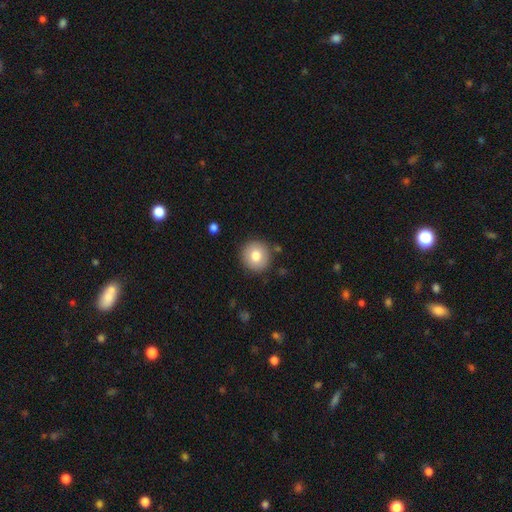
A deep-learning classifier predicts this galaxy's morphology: A smooth galaxy with no disk features (79%) that is round (92%).

Vote fractions:
- Smooth or featured? smooth: 79% / featured or disk: 12% / star or artifact: 9%
- How rounded? round: 92% / in between: 7% / cigar-shaped: 1%
- Merging? none: 88% / minor disturbance: 8% / major disturbance: 2% / merger: 2%